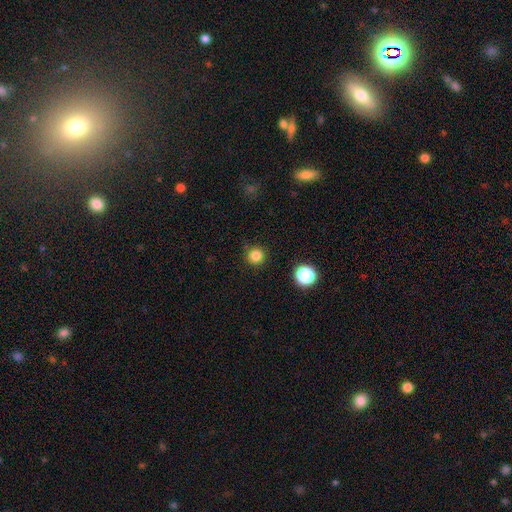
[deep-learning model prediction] Overall: smooth (82%). How rounded: round (96%). Merging: none (90%).